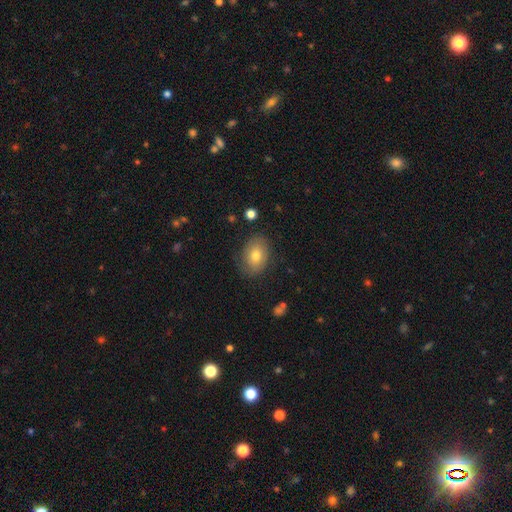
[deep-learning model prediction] A smooth galaxy with no disk features (69%) that is in between round and cigar-shaped (70%). Merging: none (79%).